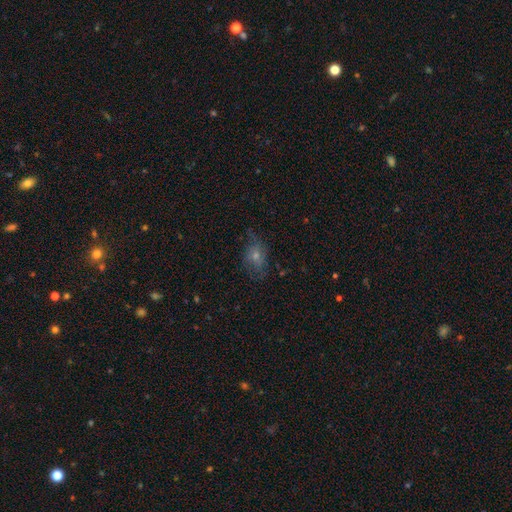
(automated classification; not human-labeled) Overall: featured or disk (42%; smooth 38%). Merging: none (65%).